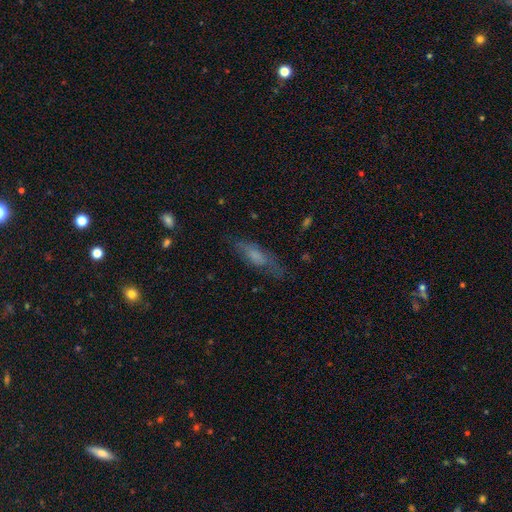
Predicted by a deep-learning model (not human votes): This appears to be a smooth galaxy with no disk features (56%) that is cigar-shaped (59%). Merging: none (66%).